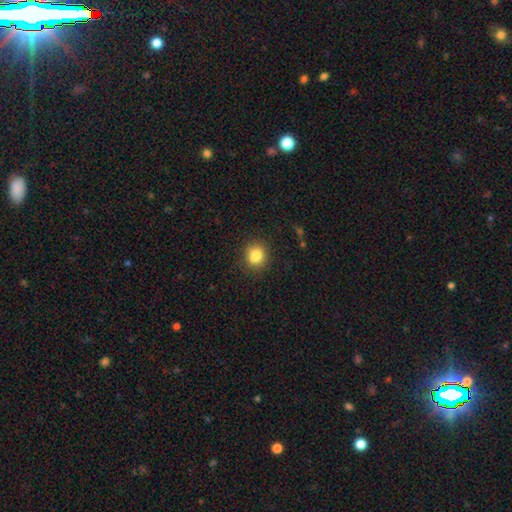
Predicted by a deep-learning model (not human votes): This appears to be a smooth galaxy with no disk features (84%) that is round (68%). Merging: none (84%).